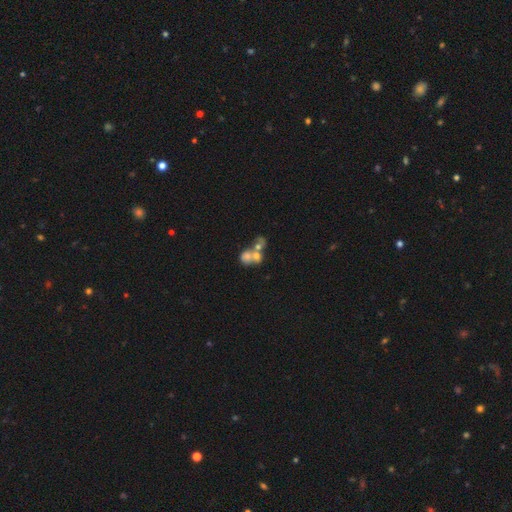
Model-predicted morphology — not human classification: Q: Smooth or featured?
A: smooth (52%); runner-up: featured or disk (34%)
Q: How rounded?
A: round (53%); runner-up: in between (45%)
Q: Merging?
A: merger (70%); runner-up: none (16%)